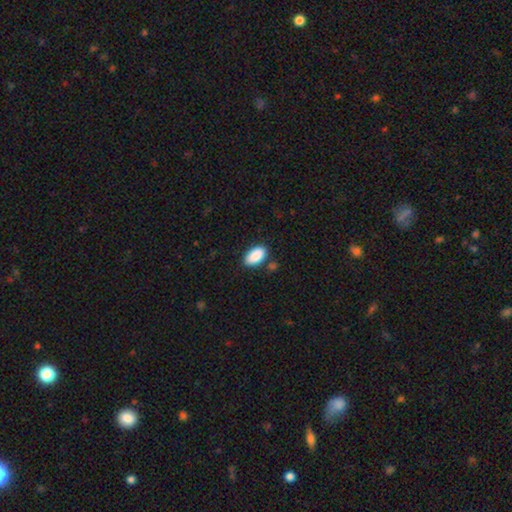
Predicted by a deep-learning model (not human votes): Smooth or featured: smooth — 90% (star or artifact — 7%)
How rounded: in between — 94% (round — 3%)
Merging: none — 82% (minor disturbance — 12%)